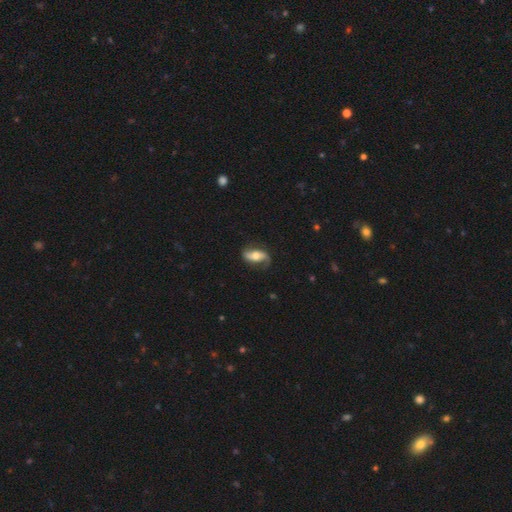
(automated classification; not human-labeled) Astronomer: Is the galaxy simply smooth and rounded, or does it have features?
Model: featured or disk — 69%.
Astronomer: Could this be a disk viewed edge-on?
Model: no — 90%.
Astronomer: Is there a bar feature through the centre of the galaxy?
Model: no — 47% (runner-up: weak, 28%).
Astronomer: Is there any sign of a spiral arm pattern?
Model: yes — 88%.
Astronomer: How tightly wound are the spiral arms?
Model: loose — 65%.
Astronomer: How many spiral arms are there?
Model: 2 — 88%.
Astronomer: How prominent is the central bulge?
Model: moderate — 66%.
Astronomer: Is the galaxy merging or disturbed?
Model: none — 72%.